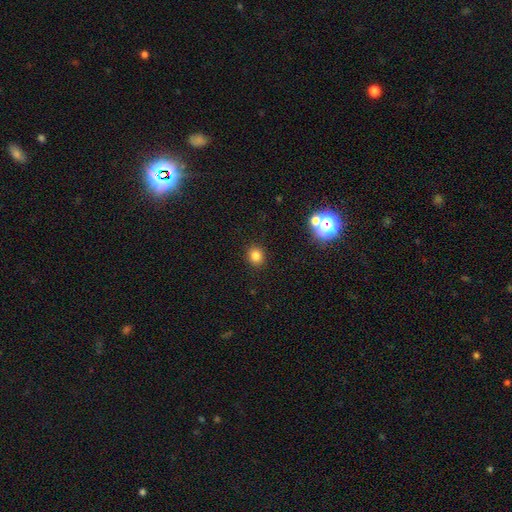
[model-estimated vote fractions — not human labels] smooth_or_featured: smooth (p=0.81) [alt: star or artifact p=0.14]
how_rounded: round (p=0.80) [alt: in between p=0.19]
merging: none (p=0.90) [alt: minor disturbance p=0.06]